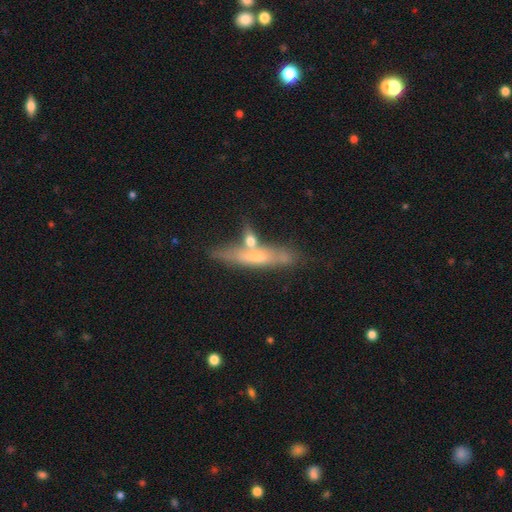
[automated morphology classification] type=featured or disk (57%); edge-on=yes (79%); merging=none (52%).